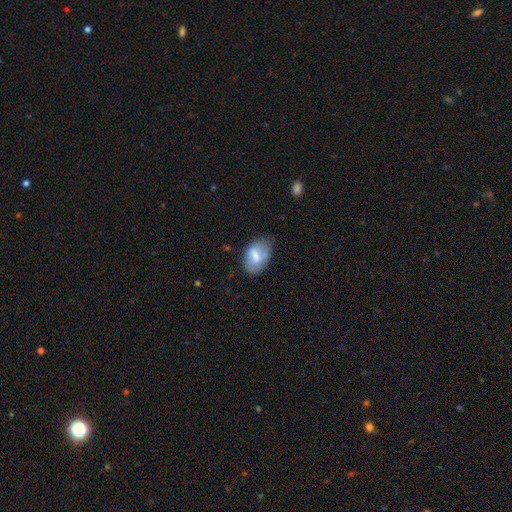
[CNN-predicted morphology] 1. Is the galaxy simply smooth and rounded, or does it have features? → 69% smooth, 24% featured or disk, 7% star or artifact.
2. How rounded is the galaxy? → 88% in between, 10% round, 2% cigar-shaped.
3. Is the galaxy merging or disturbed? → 58% none, 31% minor disturbance, 9% major disturbance, 3% merger.